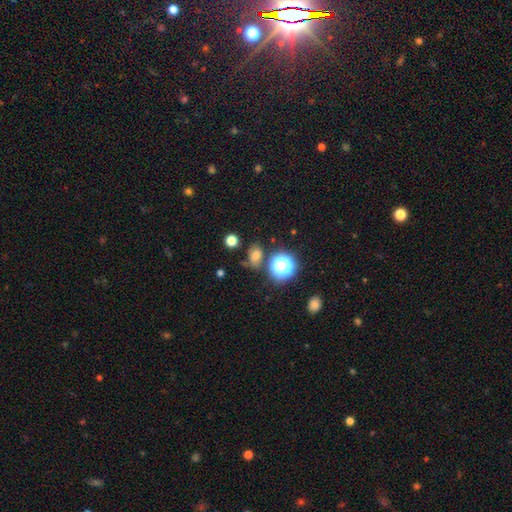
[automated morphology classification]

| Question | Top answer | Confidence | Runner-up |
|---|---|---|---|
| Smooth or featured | smooth | 67% | star or artifact (24%) |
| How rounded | in between | 59% | round (39%) |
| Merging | none | 70% | minor disturbance (16%) |